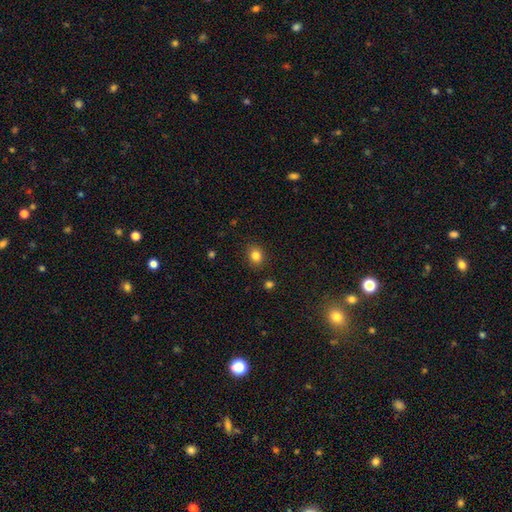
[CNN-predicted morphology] The model was most divided on "how rounded": round: 62%, in between: 37%, cigar-shaped: 1%. More confident: merging — none (87%); smooth or featured — smooth (83%).